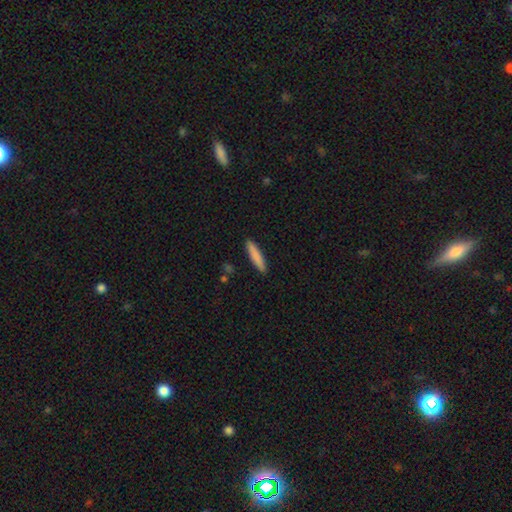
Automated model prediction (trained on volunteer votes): smooth 83%, featured or disk 11%, star or artifact 6%. Down the decision tree: how rounded — cigar-shaped (89%); merging — none (90%).